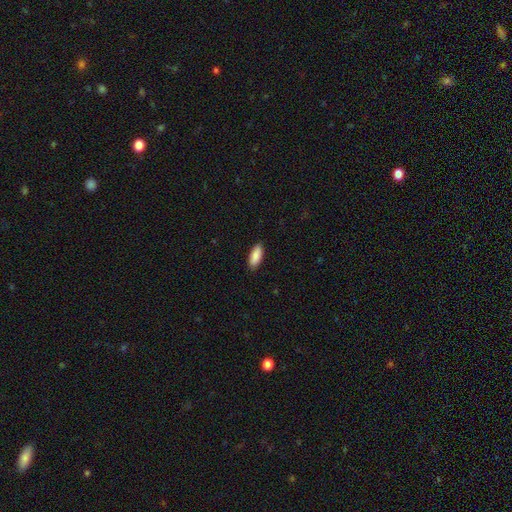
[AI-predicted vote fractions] Smooth or featured: smooth — 90% (star or artifact — 6%)
How rounded: in between — 81% (cigar-shaped — 17%)
Merging: none — 89% (minor disturbance — 8%)